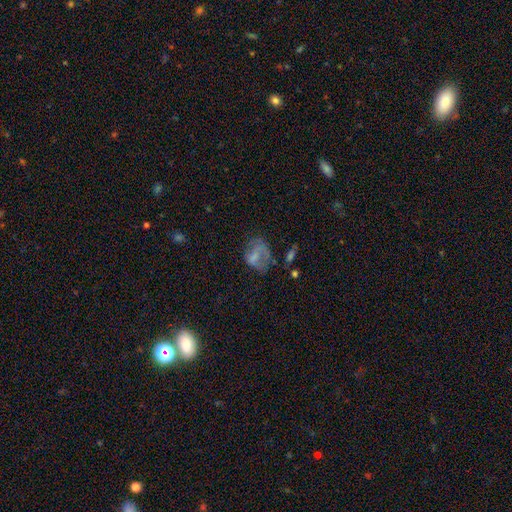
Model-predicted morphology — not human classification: This appears to be a smooth galaxy with no disk features (56%) that is in between round and cigar-shaped (65%). Merging: none (37%).